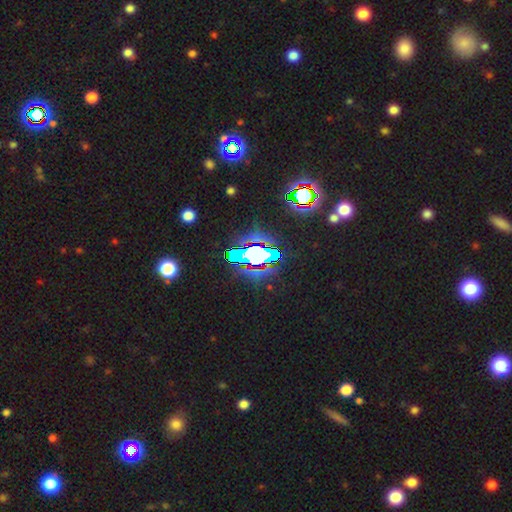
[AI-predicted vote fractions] A star or artifact, not a galaxy (67%).